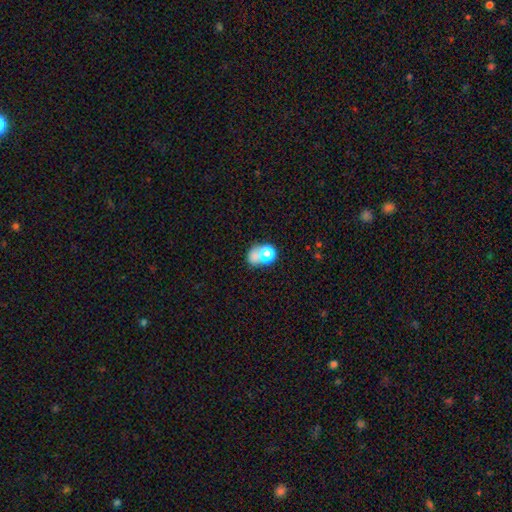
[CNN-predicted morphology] Smooth or featured: smooth — 67% (featured or disk — 17%)
How rounded: round — 57% (in between — 42%)
Merging: merger — 49% (none — 31%)